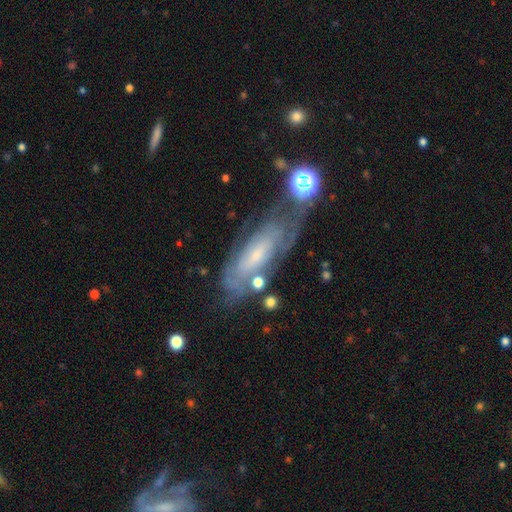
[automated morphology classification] Smooth or featured? featured or disk (70%)
Edge-on disk? no (83%)
Bar? no (62%)
Spiral arms? yes (80%)
Bulge size? small (64%)
Merging? none (60%)